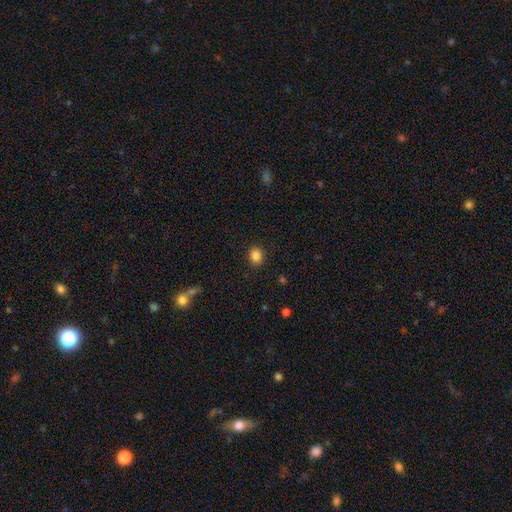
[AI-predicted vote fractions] Overall: smooth (85%). How rounded: round (63%; in between 36%). Merging: none (89%).